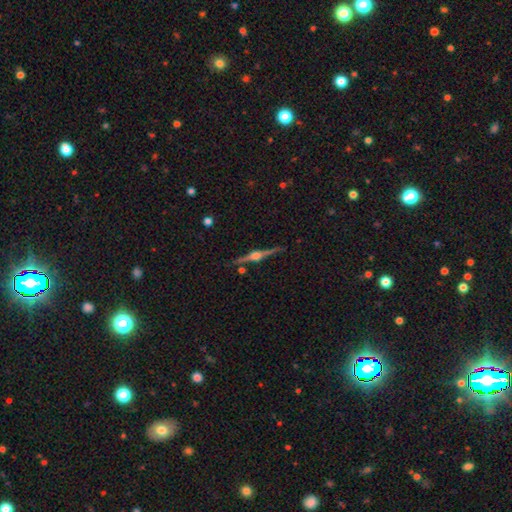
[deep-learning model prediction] smooth_or_featured: featured or disk (p=0.88) [alt: smooth p=0.07]
disk_edge_on: yes (p=0.98) [alt: no p=0.02]
edge_on_bulge: rounded (p=0.95) [alt: boxy p=0.04]
merging: none (p=0.87) [alt: minor disturbance p=0.09]